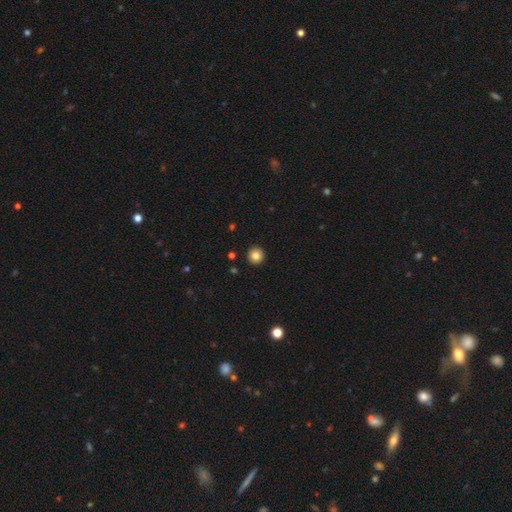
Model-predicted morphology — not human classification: This is clearly a smooth galaxy (83%). How rounded: clearly round (96%). Merging: clearly none (93%).